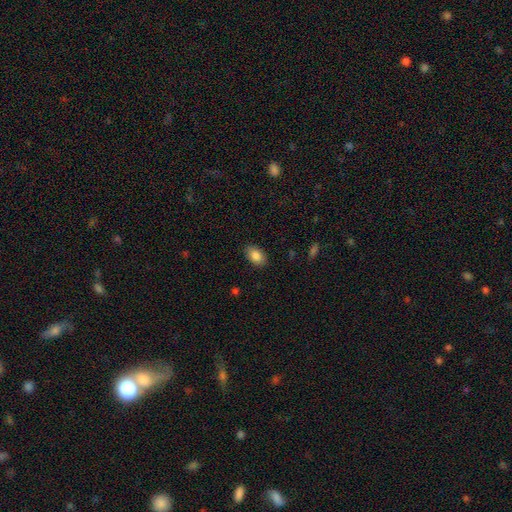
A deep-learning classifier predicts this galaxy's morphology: smooth 85%, star or artifact 8%, featured or disk 7%. Down the decision tree: how rounded — in between (88%); merging — none (87%).